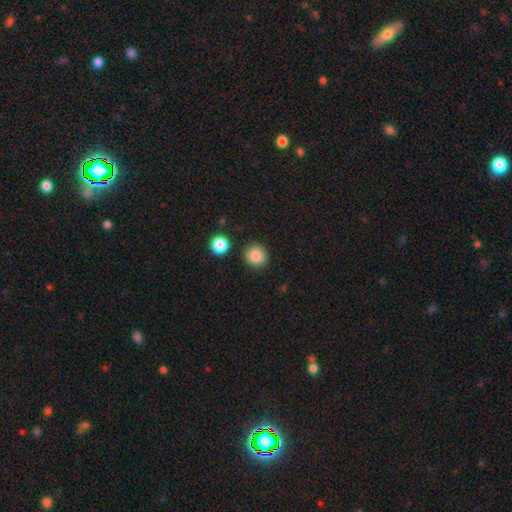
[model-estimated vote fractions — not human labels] Overall: smooth (85%). How rounded: round (90%). Merging: none (88%).